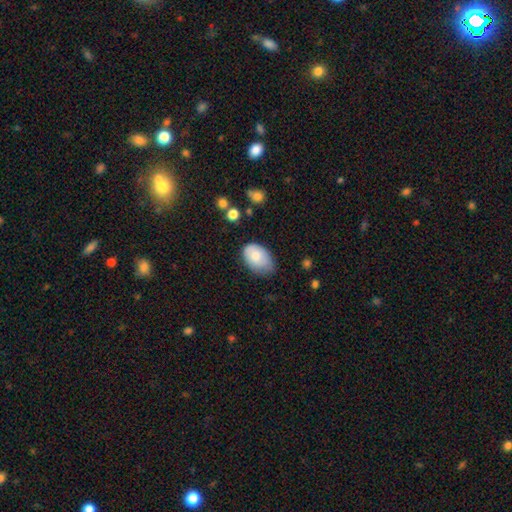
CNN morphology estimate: Q: Smooth or featured?
A: smooth (75%); runner-up: featured or disk (18%)
Q: How rounded?
A: in between (88%); runner-up: round (11%)
Q: Merging?
A: none (53%); runner-up: minor disturbance (37%)